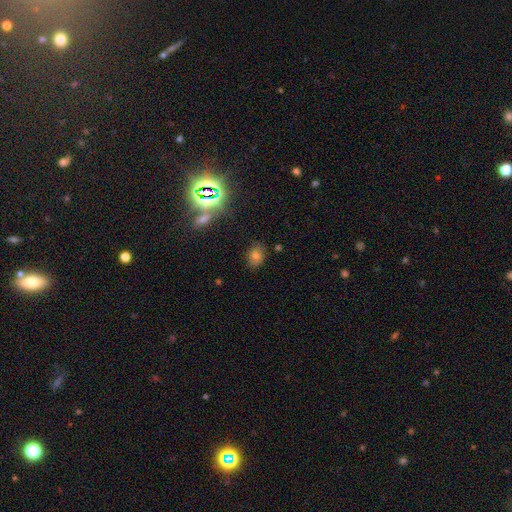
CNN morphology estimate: This appears to be a smooth galaxy with no disk features (63%) that is in between round and cigar-shaped (62%). Merging: none (80%).